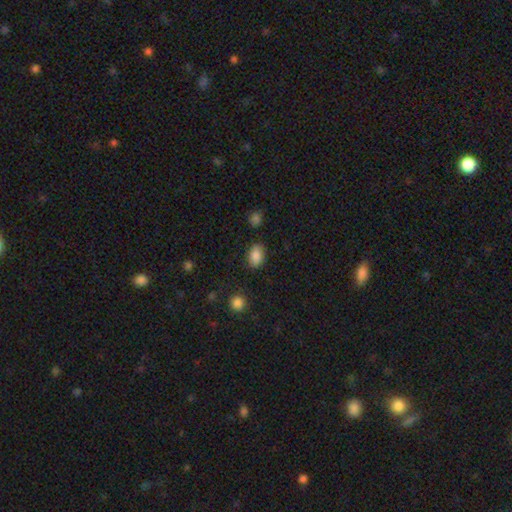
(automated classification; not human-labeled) Smooth or featured?
  - smooth: 85% *
  - star or artifact: 8%
  - featured or disk: 6%
How rounded?
  - in between: 84% *
  - round: 14%
  - cigar-shaped: 1%
Merging?
  - none: 84% *
  - minor disturbance: 12%
  - major disturbance: 3%
  - merger: 2%